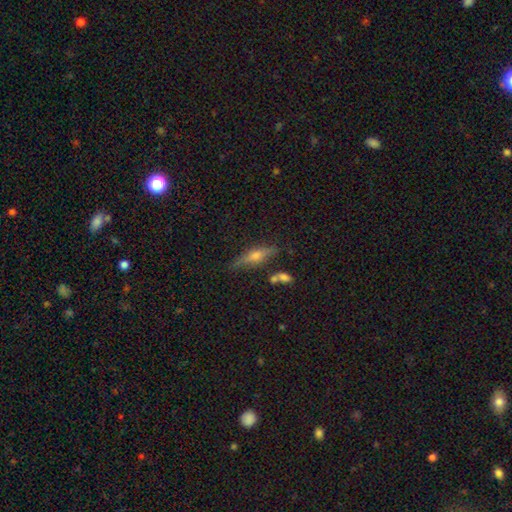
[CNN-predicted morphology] smooth-or-featured: featured or disk: 63% | smooth: 27% | star or artifact: 10%
  disk-edge-on: yes: 94% | no: 6%
    edge-on-bulge: rounded: 91% | boxy: 5% | none: 4%
  merging: none: 79% | minor disturbance: 13% | merger: 5% | major disturbance: 3%